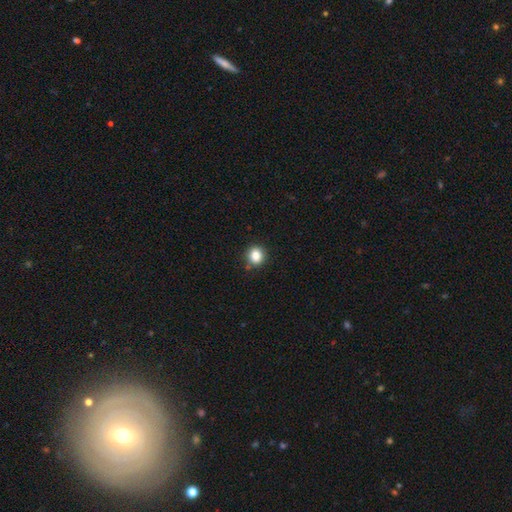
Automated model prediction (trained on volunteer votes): Smooth or featured?
  - smooth: 85% *
  - star or artifact: 10%
  - featured or disk: 4%
How rounded?
  - round: 79% *
  - in between: 20%
  - cigar-shaped: 1%
Merging?
  - none: 84% *
  - minor disturbance: 11%
  - major disturbance: 3%
  - merger: 2%